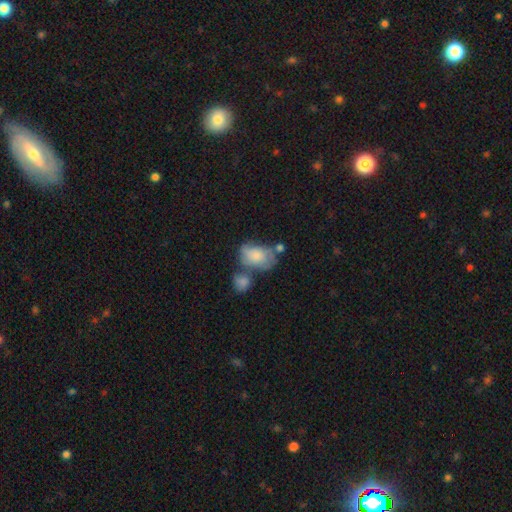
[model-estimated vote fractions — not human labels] Overall: smooth (67%). How rounded: in between (84%). Merging: merger (33%; none 30%).